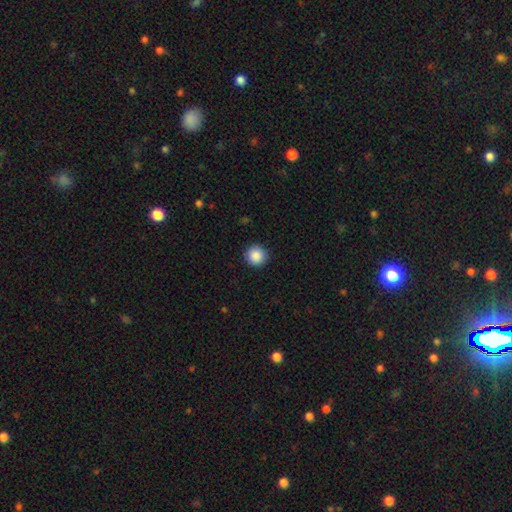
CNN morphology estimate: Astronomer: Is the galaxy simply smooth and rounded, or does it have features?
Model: smooth — 88%.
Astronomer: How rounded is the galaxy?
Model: round — 95%.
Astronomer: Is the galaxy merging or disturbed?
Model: none — 92%.